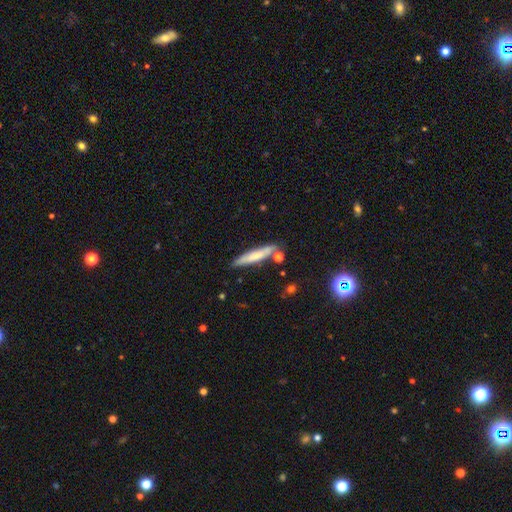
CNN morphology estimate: Smooth or featured? smooth (65%)
How rounded? cigar-shaped (90%)
Merging? none (77%)